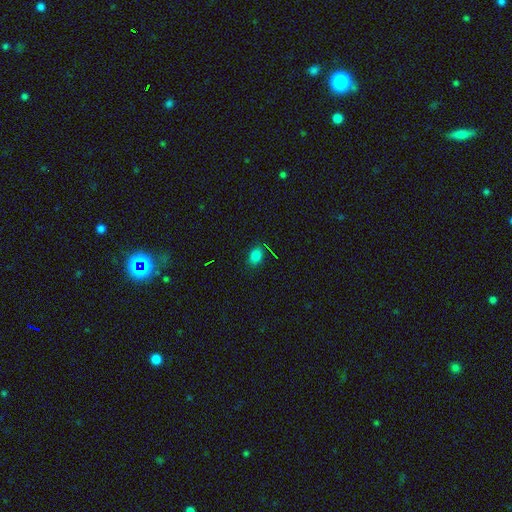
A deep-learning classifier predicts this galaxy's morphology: smooth-or-featured: smooth: 79% | star or artifact: 16% | featured or disk: 5%
  how-rounded: in between: 67% | round: 32% | cigar-shaped: 1%
  merging: none: 82% | minor disturbance: 13% | major disturbance: 3% | merger: 2%